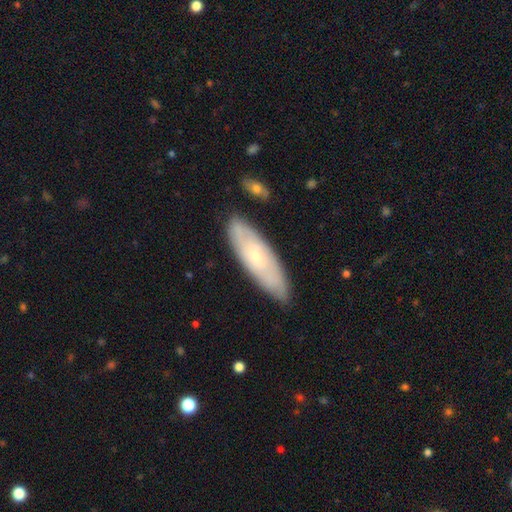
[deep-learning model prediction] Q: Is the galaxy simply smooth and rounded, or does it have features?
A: featured or disk — 51%.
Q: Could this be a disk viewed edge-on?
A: no — 73%.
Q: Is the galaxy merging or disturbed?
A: none — 82%.